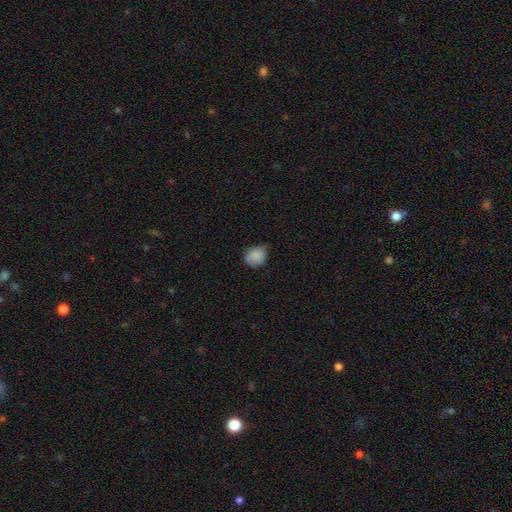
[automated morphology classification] A smooth galaxy with no disk features (84%) that is round (70%). Merging: none (59%).